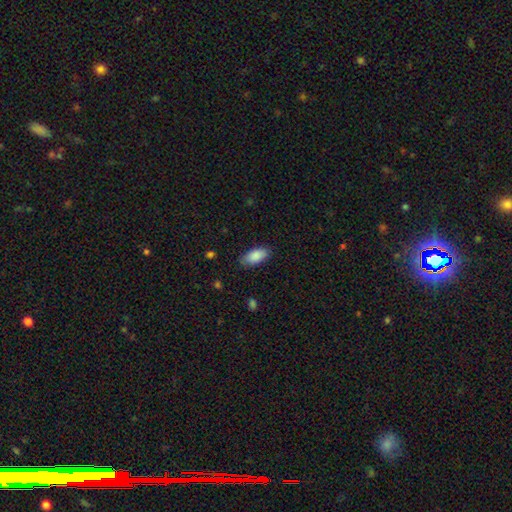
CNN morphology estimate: Smooth or featured? Predicted: smooth (p=0.88). How rounded? Predicted: in between (p=0.91). Merging? Predicted: none (p=0.84).